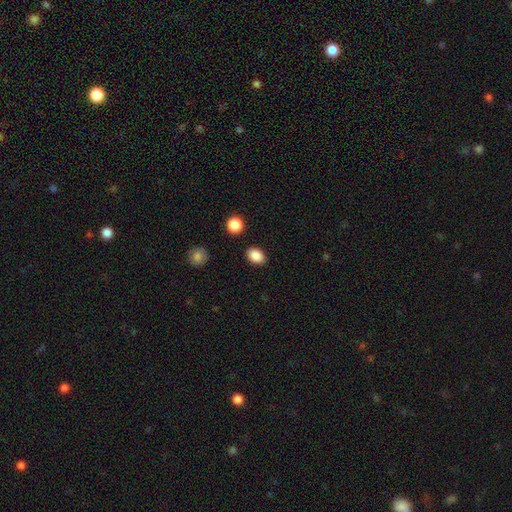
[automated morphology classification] The model was most divided on "how rounded": in between: 74%, round: 25%, cigar-shaped: 1%. More confident: smooth or featured — smooth (88%); merging — none (87%).